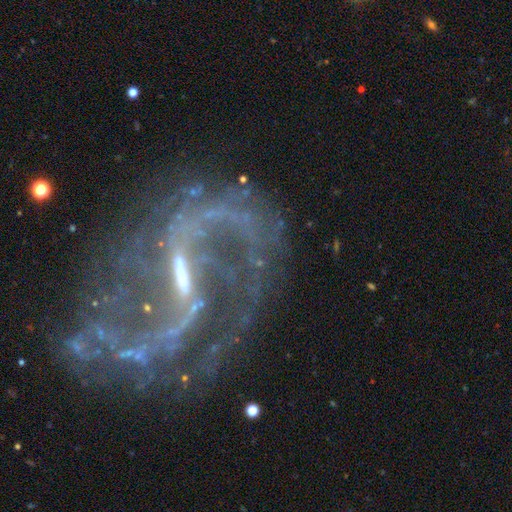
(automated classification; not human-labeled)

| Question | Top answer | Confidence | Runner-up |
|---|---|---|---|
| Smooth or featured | featured or disk | 90% | star or artifact (7%) |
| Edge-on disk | no | 98% | yes (2%) |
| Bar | weak | 50% | strong (38%) |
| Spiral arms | yes | 96% | no (4%) |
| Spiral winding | loose | 54% | medium (37%) |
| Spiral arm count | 2 | 83% | can't tell (5%) |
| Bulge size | small | 59% | none (19%) |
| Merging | none | 58% | major disturbance (20%) |